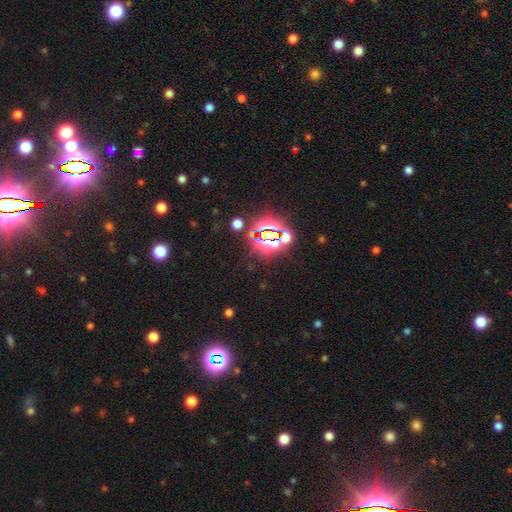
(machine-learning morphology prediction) The model was most divided on "smooth or featured": star or artifact: 84%, smooth: 9%, featured or disk: 6%.